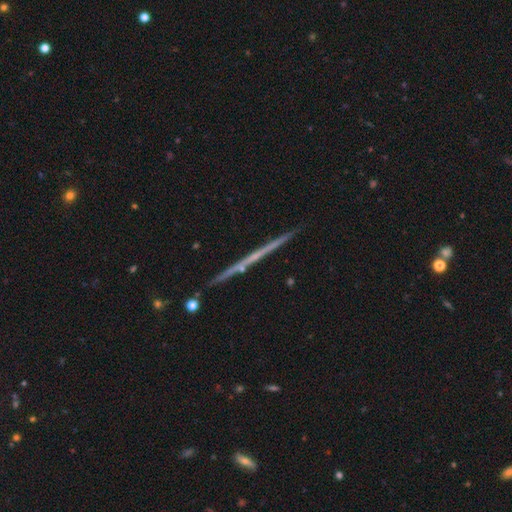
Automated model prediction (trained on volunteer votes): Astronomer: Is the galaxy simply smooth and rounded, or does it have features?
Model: featured or disk — 71%.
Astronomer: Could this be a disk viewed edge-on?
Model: yes — 98%.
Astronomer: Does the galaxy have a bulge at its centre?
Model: none — 76%.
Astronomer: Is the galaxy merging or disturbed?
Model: none — 90%.